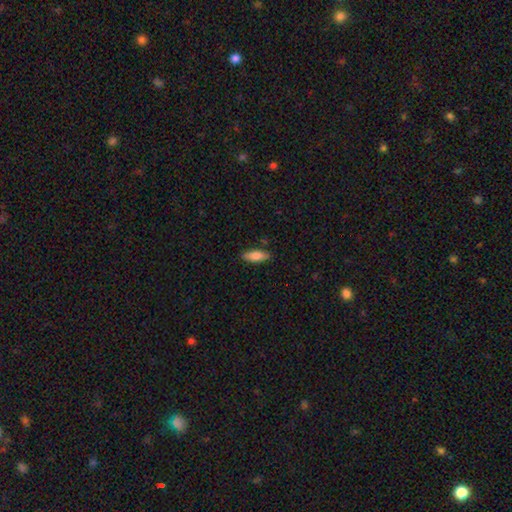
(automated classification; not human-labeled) Smooth or featured?
  - smooth: 77% *
  - featured or disk: 16%
  - star or artifact: 6%
How rounded?
  - in between: 67% *
  - cigar-shaped: 31%
  - round: 2%
Merging?
  - none: 86% *
  - minor disturbance: 10%
  - major disturbance: 2%
  - merger: 2%